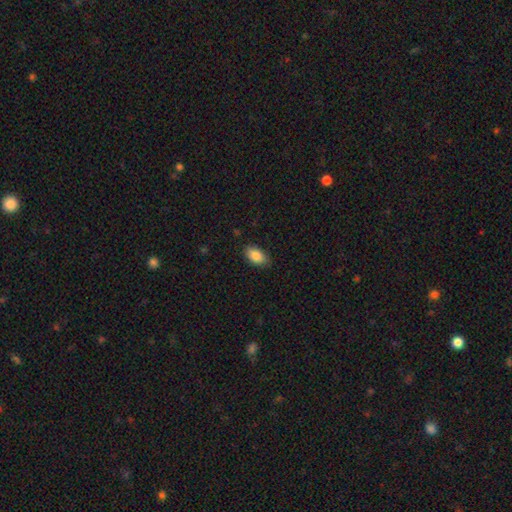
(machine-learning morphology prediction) smooth 86%, star or artifact 7%, featured or disk 7%. Down the decision tree: how rounded — in between (93%); merging — none (84%).